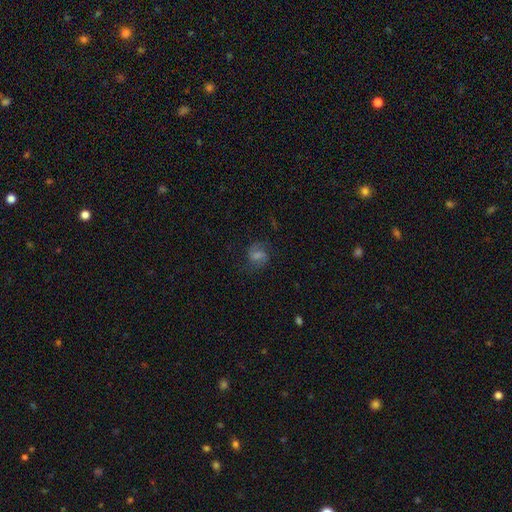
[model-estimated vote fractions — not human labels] This is possibly a featured or disk galaxy (56%). It is clearly not viewed edge-on (97%). Bar: possibly weak (50%). Spiral arm pattern: clearly yes (91%). Central bulge: marginally moderate (37%, tied with small). Merging: likely none (77%).